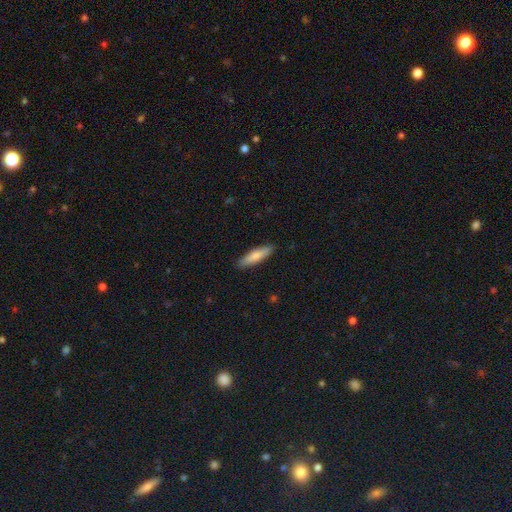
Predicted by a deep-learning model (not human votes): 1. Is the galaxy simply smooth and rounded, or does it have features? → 76% smooth, 19% featured or disk, 5% star or artifact.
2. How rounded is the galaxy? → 69% cigar-shaped, 30% in between, 2% round.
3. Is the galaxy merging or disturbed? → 89% none, 8% minor disturbance, 2% major disturbance, 1% merger.